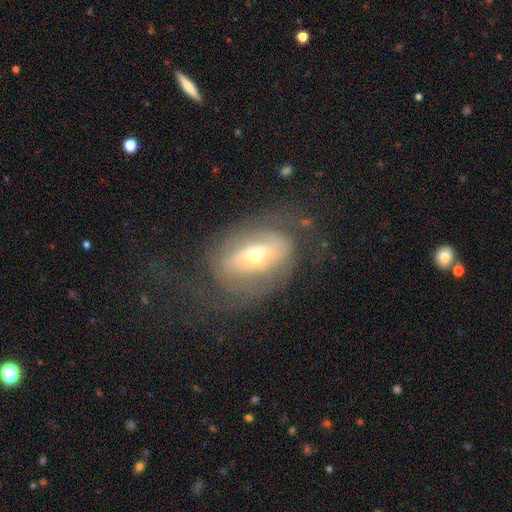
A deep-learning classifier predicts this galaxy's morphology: Smooth or featured?
  - featured or disk: 64% *
  - smooth: 27%
  - star or artifact: 9%
Edge-on disk?
  - no: 90% *
  - yes: 10%
Bar?
  - no: 37% *
  - strong: 33%
  - weak: 30%
Spiral arms?
  - yes: 57% *
  - no: 43%
Bulge size?
  - moderate: 50% *
  - small: 43%
  - large: 5%
  - dominant: 2%
  - none: 1%
Merging?
  - none: 54% *
  - major disturbance: 25%
  - minor disturbance: 19%
  - merger: 2%